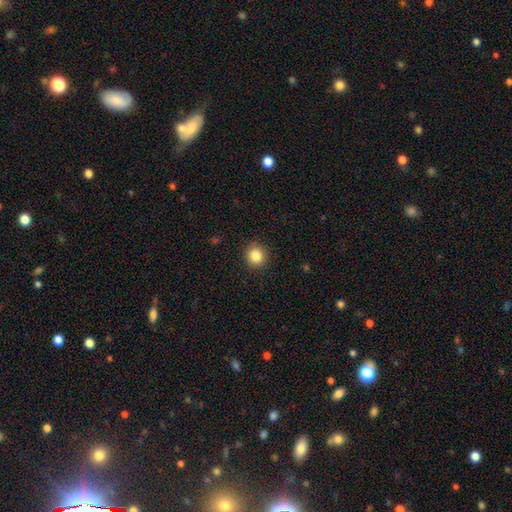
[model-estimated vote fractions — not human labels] This appears to be a smooth galaxy with no disk features (84%) that is round (88%). Merging: none (91%).